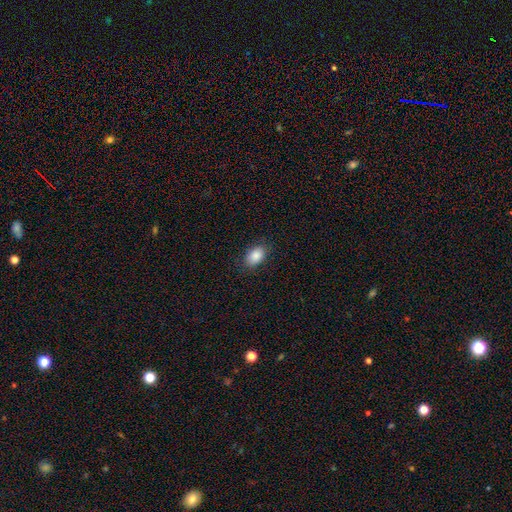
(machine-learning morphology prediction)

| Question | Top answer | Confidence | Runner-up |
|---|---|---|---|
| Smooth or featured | smooth | 86% | star or artifact (8%) |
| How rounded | in between | 87% | round (11%) |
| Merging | none | 85% | minor disturbance (11%) |